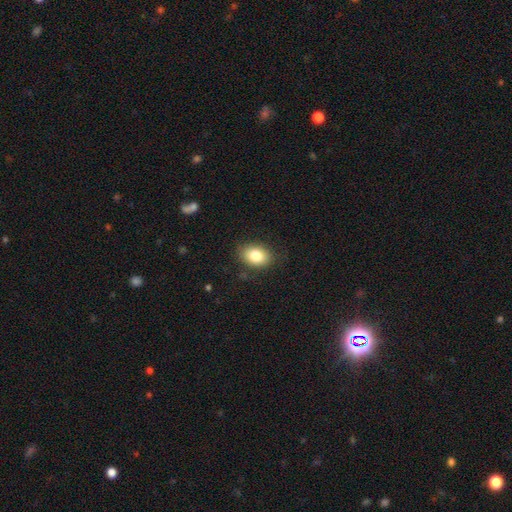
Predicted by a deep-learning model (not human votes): A smooth galaxy with no disk features (82%) that is in between round and cigar-shaped (77%). Merging: none (83%).